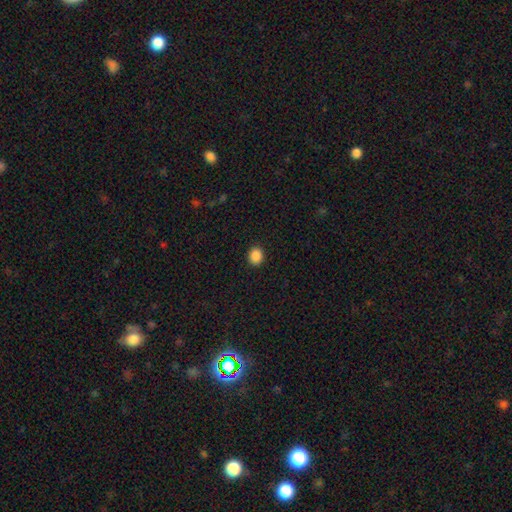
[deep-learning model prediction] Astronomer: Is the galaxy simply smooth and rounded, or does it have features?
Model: smooth — 88%.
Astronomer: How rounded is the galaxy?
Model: round — 67%.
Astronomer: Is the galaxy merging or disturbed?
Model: none — 91%.